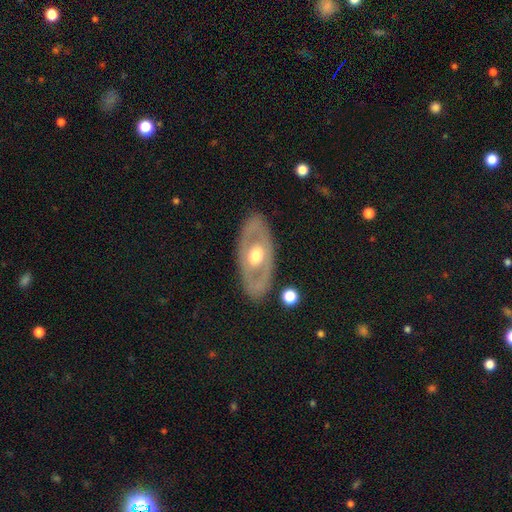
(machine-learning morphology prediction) smooth-or-featured: featured or disk: 63% | smooth: 32% | star or artifact: 5%
  disk-edge-on: no: 84% | yes: 16%
    bar: no: 83% | weak: 13% | strong: 4%
    has-spiral-arms: no: 85% | yes: 15%
    bulge-size: moderate: 69% | large: 22% | small: 7% | dominant: 1% | none: 1%
  merging: none: 84% | minor disturbance: 10% | major disturbance: 4% | merger: 2%